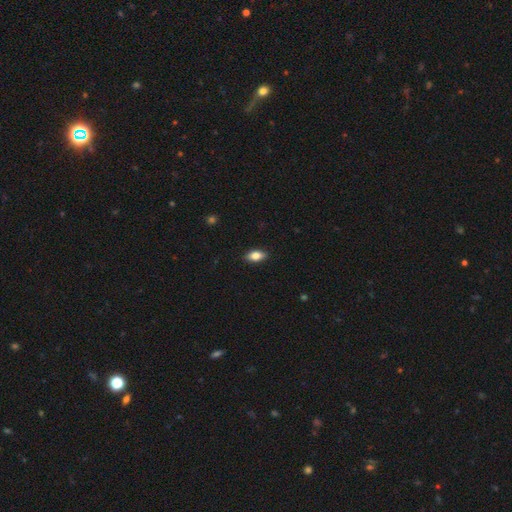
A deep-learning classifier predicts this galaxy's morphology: A smooth galaxy with no disk features (78%) that is in between round and cigar-shaped (87%). Merging: none (89%).